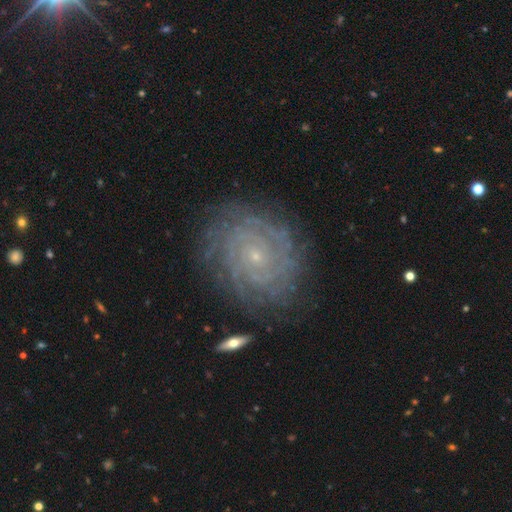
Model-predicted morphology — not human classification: smooth-or-featured: featured or disk: 84% | smooth: 8% | star or artifact: 8%
  disk-edge-on: no: 97% | yes: 3%
    bar: no: 79% | weak: 16% | strong: 5%
    has-spiral-arms: yes: 97% | no: 3%
      spiral-winding: tight: 86% | medium: 12% | loose: 3%
      spiral-arm-count: can't tell: 30% | 4: 18% | 2: 16% | more than 4: 15% | 3: 14% | 1: 8%
    bulge-size: small: 87% | moderate: 9% | none: 2% | large: 1% | dominant: 1%
  merging: none: 82% | minor disturbance: 12% | major disturbance: 4% | merger: 2%